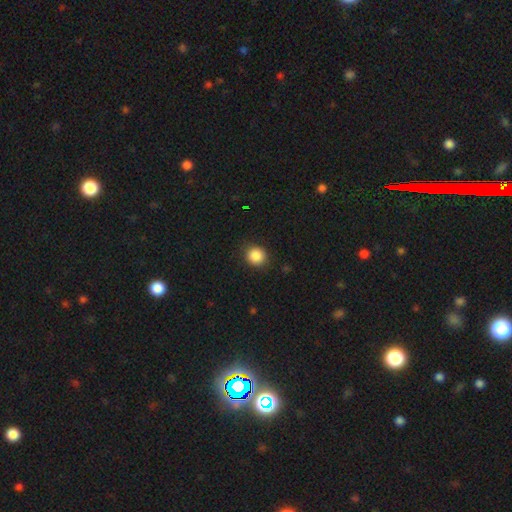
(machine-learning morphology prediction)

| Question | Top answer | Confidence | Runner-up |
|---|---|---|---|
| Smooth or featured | smooth | 88% | star or artifact (9%) |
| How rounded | round | 86% | in between (13%) |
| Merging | none | 88% | minor disturbance (9%) |